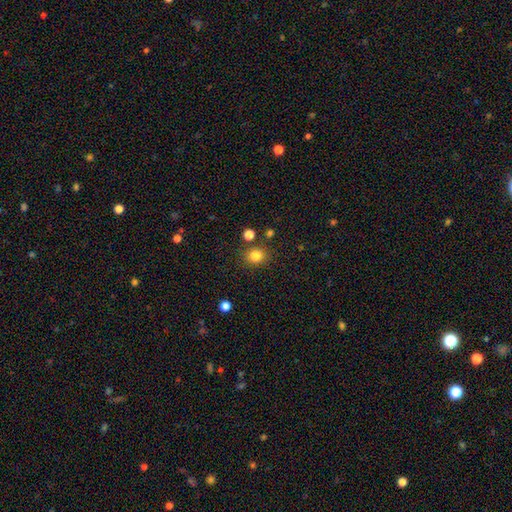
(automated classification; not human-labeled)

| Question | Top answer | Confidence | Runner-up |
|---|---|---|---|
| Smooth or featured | smooth | 82% | star or artifact (13%) |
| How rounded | round | 77% | in between (23%) |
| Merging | none | 82% | minor disturbance (9%) |